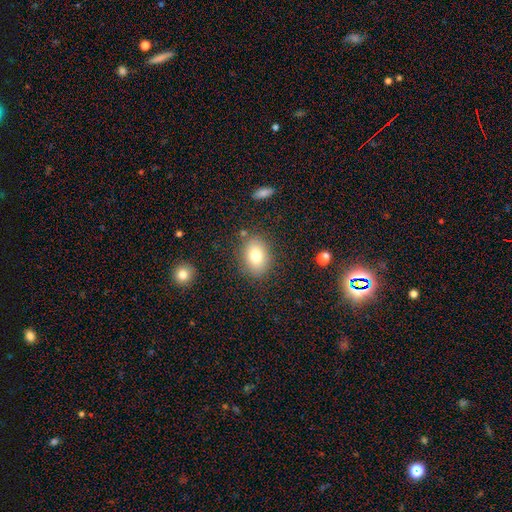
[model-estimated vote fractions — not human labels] This appears to be a smooth galaxy with no disk features (78%) that is in between round and cigar-shaped (71%). Merging: none (81%).